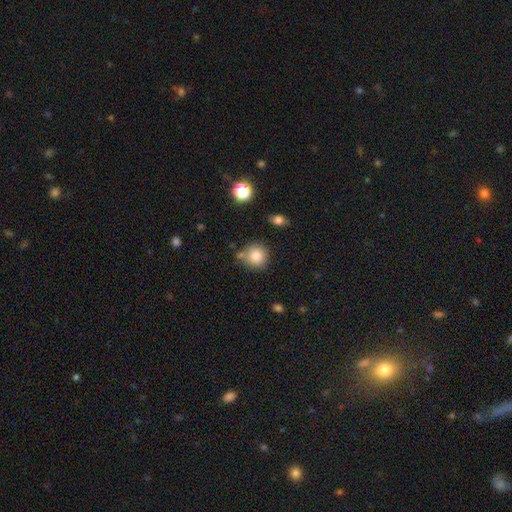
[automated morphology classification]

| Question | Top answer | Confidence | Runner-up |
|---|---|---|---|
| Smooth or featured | smooth | 83% | star or artifact (10%) |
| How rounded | round | 90% | in between (9%) |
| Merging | none | 71% | minor disturbance (16%) |